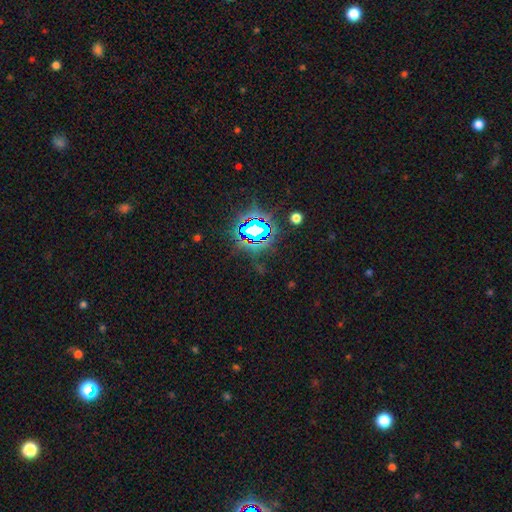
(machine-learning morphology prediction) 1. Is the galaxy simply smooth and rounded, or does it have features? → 81% star or artifact, 11% smooth, 7% featured or disk.